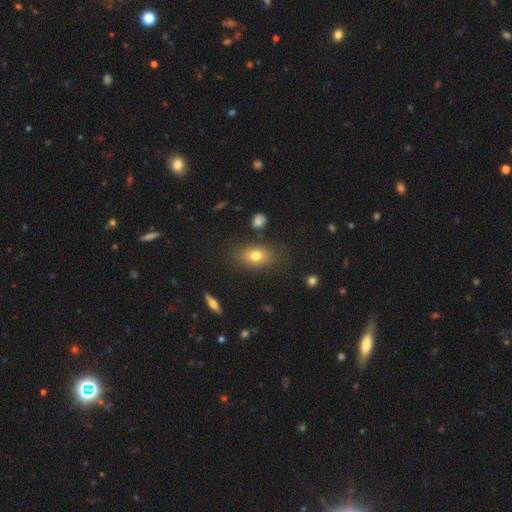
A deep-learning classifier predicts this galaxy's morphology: Smooth or featured? Predicted: smooth (p=0.75). How rounded? Predicted: in between (p=0.79). Merging? Predicted: none (p=0.78).